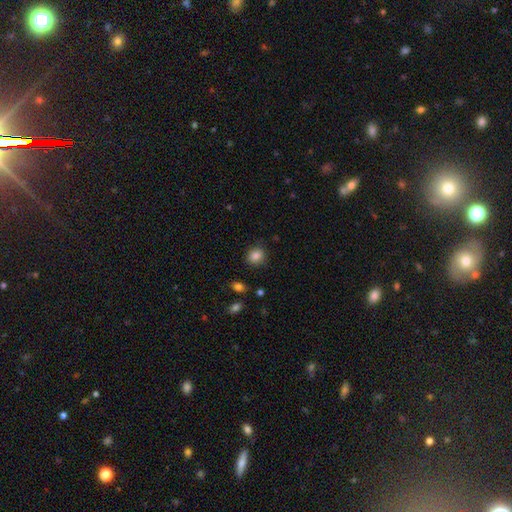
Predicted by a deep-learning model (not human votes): Smooth or featured?
  - smooth: 85% *
  - star or artifact: 10%
  - featured or disk: 5%
How rounded?
  - round: 72% *
  - in between: 27%
  - cigar-shaped: 1%
Merging?
  - none: 87% *
  - minor disturbance: 9%
  - major disturbance: 3%
  - merger: 1%